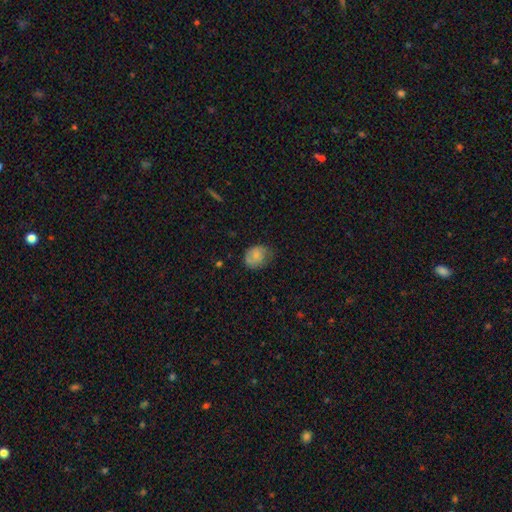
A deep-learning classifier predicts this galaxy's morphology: type=smooth (75%); roundness=in between (50%); merging=none (56%).